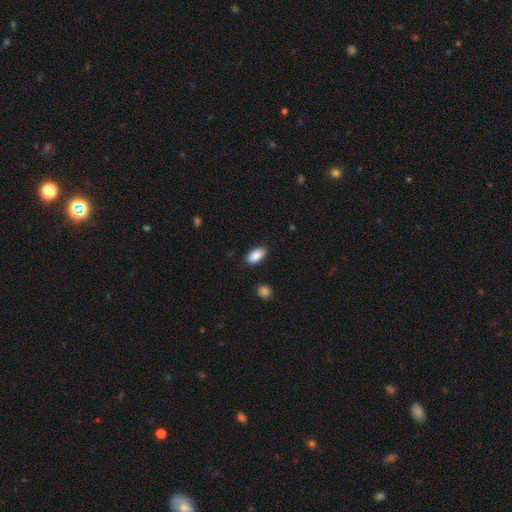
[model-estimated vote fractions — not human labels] Morphology: type=smooth (89%); roundness=in between (93%); merging=none (84%).